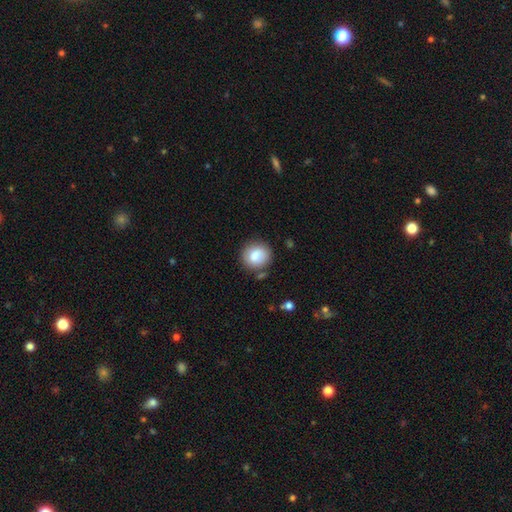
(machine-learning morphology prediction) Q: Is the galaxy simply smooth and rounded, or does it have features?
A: smooth — 83%.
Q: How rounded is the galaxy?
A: round — 85%.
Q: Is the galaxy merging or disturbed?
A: none — 78%.